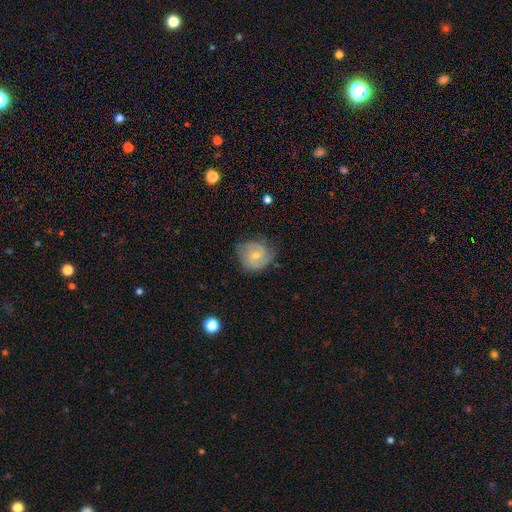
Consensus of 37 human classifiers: Q: Smooth or featured?
A: featured or disk (68%); runner-up: smooth (32%)
Q: Edge-on disk?
A: no (96%); runner-up: yes (4%)
Q: Bar?
A: no (62%); runner-up: weak (33%)
Q: Spiral arms?
A: yes (79%); runner-up: no (21%)
Q: Spiral winding?
A: medium (53%); runner-up: loose (26%)
Q: Spiral arm count?
A: 2 (89%); runner-up: 3 (5%)
Q: Bulge size?
A: moderate (67%); runner-up: small (33%)
Q: Merging?
A: none (65%); runner-up: minor disturbance (27%)